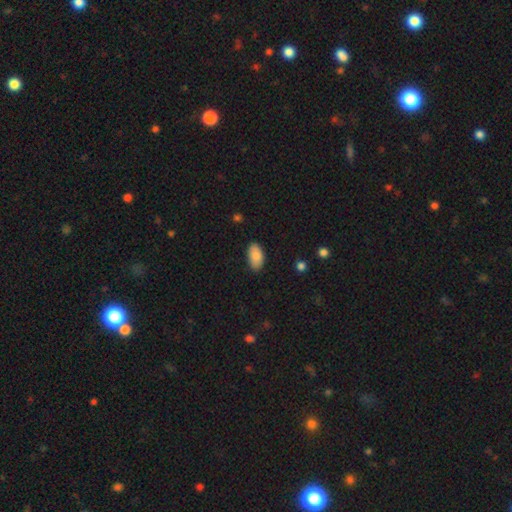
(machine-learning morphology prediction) smooth 84%, featured or disk 9%, star or artifact 7%. Down the decision tree: how rounded — in between (94%); merging — none (83%).